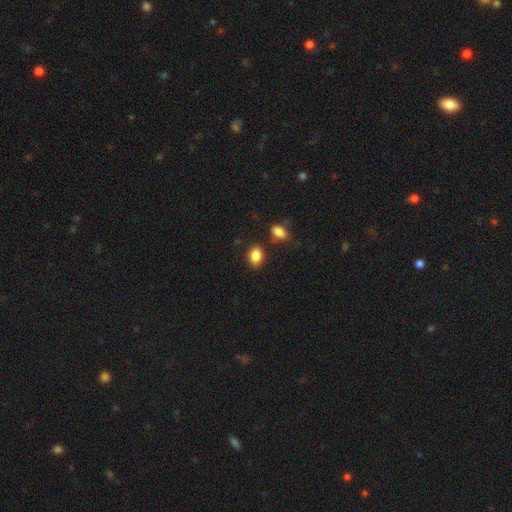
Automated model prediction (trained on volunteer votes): smooth 87%, star or artifact 8%, featured or disk 5%. Down the decision tree: how rounded — in between (77%); merging — none (79%).